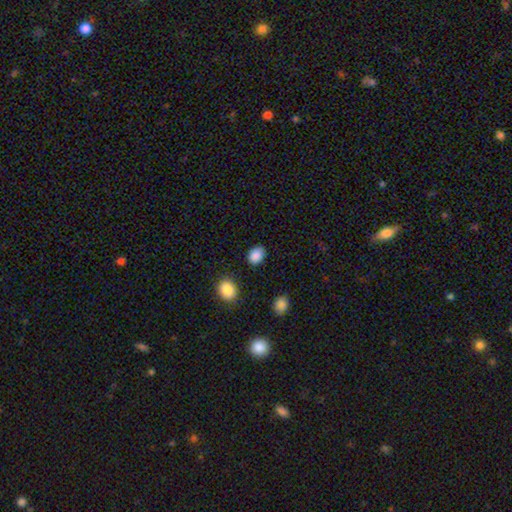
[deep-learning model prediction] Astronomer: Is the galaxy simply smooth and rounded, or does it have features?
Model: smooth — 88%.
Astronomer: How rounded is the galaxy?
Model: in between — 65%.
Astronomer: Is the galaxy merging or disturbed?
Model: none — 83%.